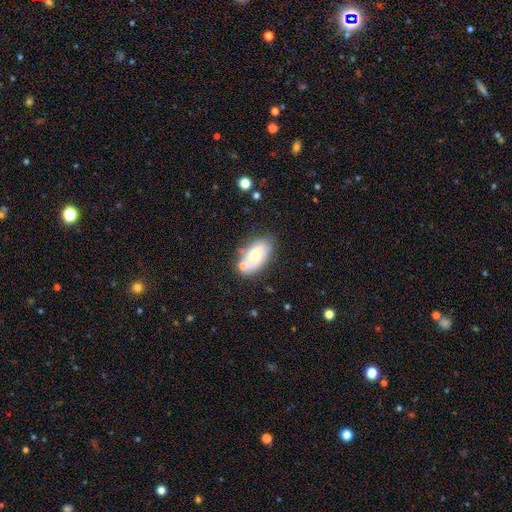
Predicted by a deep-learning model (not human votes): Smooth or featured? smooth (61%)
How rounded? in between (91%)
Merging? none (58%)